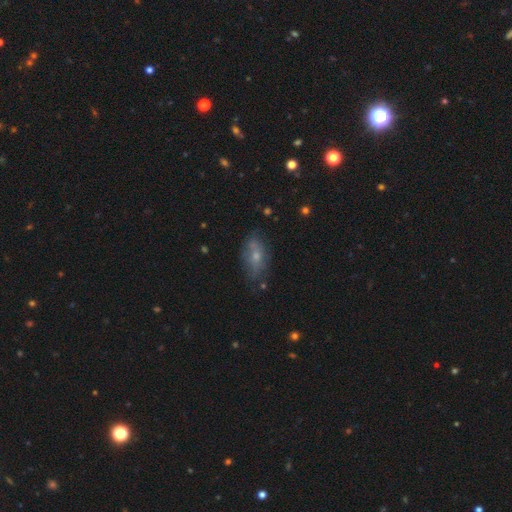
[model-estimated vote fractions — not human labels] Smooth or featured?
  - smooth: 55% *
  - featured or disk: 34%
  - star or artifact: 11%
How rounded?
  - in between: 81% *
  - cigar-shaped: 13%
  - round: 6%
Merging?
  - none: 66% *
  - minor disturbance: 23%
  - major disturbance: 8%
  - merger: 4%